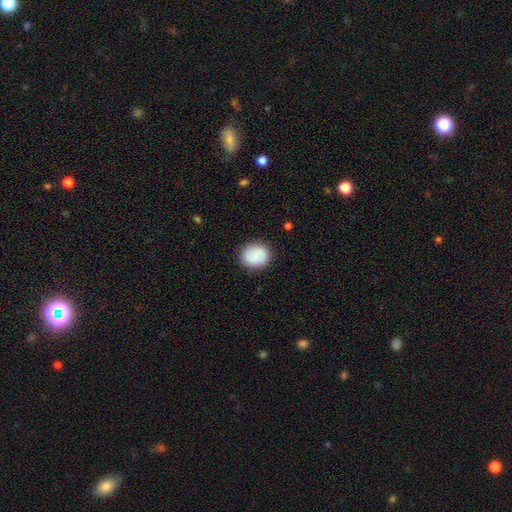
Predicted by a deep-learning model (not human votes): Smooth or featured: smooth — 83% (featured or disk — 10%)
How rounded: round — 78% (in between — 21%)
Merging: none — 87% (minor disturbance — 9%)